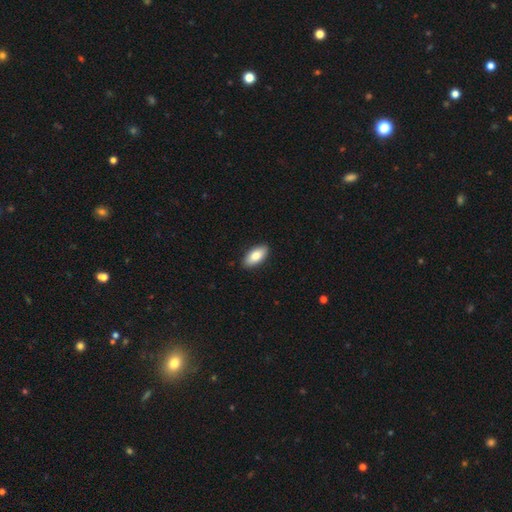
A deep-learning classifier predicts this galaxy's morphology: Overall: smooth (83%). How rounded: in between (91%). Merging: none (90%).